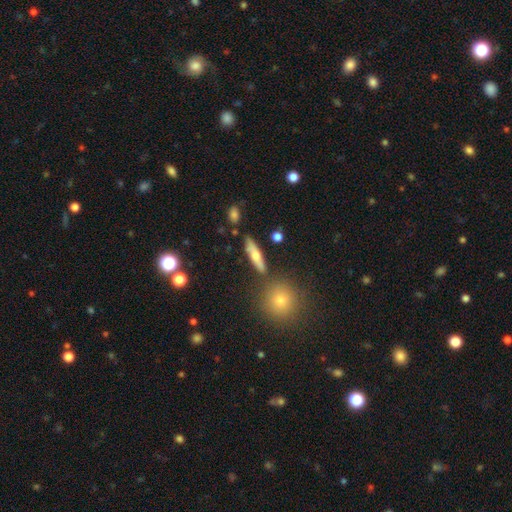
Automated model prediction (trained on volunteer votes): This is possibly a smooth galaxy (53%). How rounded: likely cigar-shaped (66%). Merging: clearly none (80%).